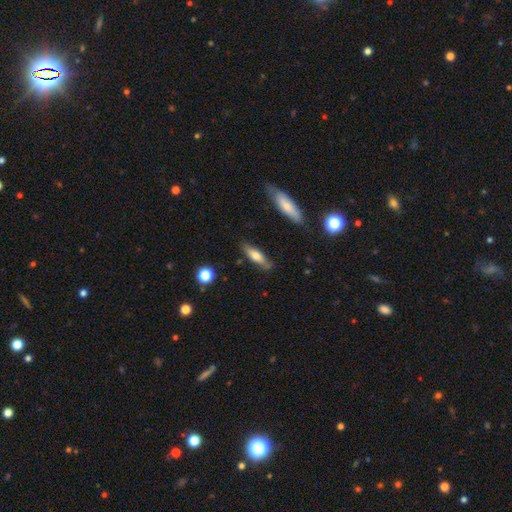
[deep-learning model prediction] Smooth or featured? Predicted: smooth (p=0.66). How rounded? Predicted: cigar-shaped (p=0.52). Merging? Predicted: none (p=0.76).